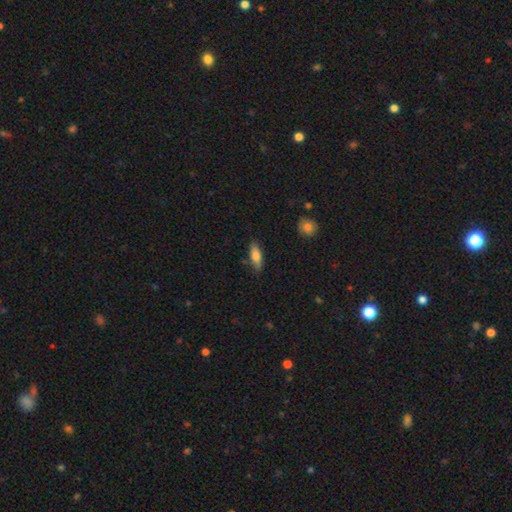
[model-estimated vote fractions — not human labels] smooth 75%, featured or disk 18%, star or artifact 6%. Down the decision tree: how rounded — in between (60%); merging — none (78%).